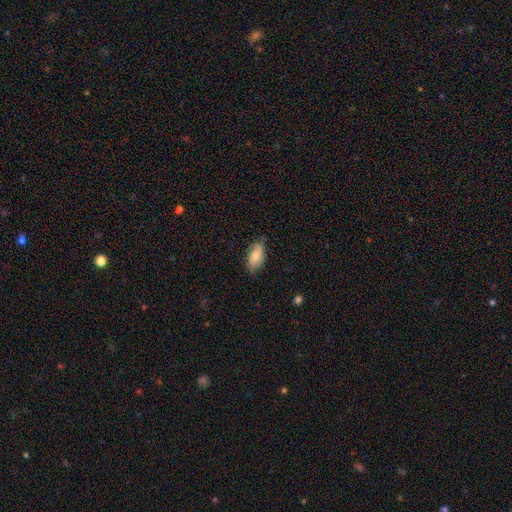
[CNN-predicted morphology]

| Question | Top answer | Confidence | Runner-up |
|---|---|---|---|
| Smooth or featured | smooth | 72% | featured or disk (21%) |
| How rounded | in between | 92% | cigar-shaped (4%) |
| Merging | none | 70% | minor disturbance (24%) |